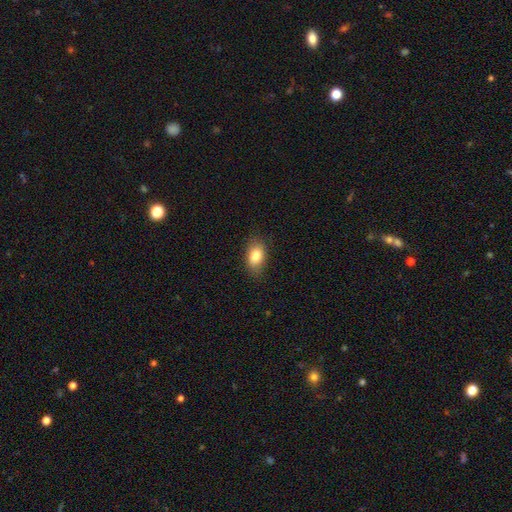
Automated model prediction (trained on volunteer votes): smooth-or-featured: smooth: 83% | featured or disk: 9% | star or artifact: 8%
  how-rounded: in between: 87% | round: 10% | cigar-shaped: 2%
  merging: none: 82% | minor disturbance: 14% | major disturbance: 3% | merger: 1%